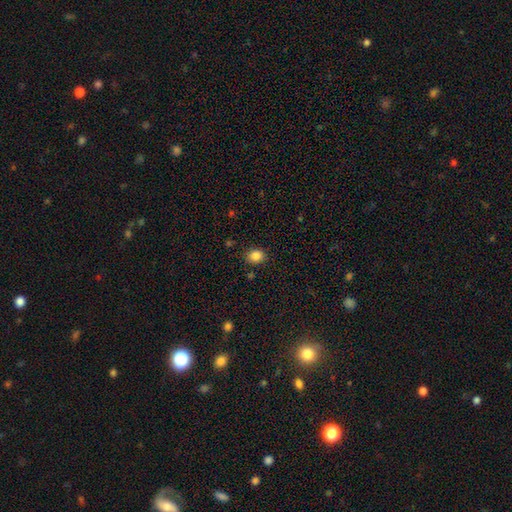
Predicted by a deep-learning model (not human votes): Smooth or featured? Predicted: smooth (p=0.86). How rounded? Predicted: round (p=0.66). Merging? Predicted: none (p=0.85).